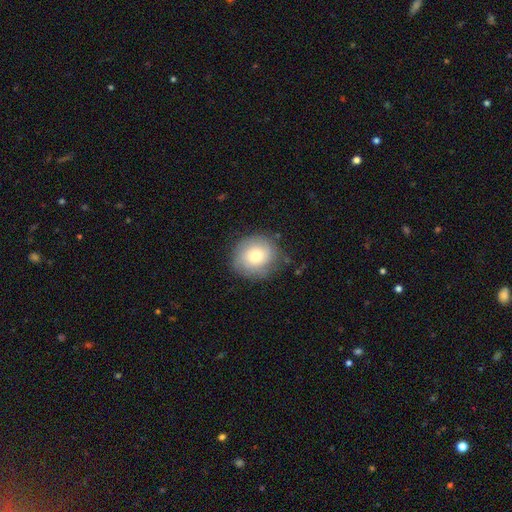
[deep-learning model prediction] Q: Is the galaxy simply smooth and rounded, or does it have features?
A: smooth — 66%.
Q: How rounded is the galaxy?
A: round — 85%.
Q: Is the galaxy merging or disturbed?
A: none — 77%.